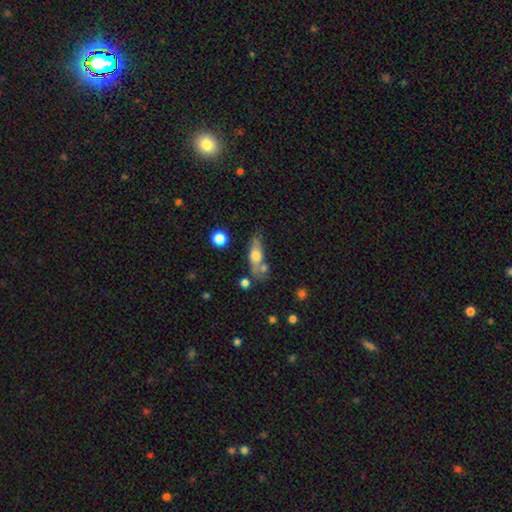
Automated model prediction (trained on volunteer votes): Overall: smooth (58%; featured or disk 34%). How rounded: in between (54%; cigar-shaped 39%). Merging: none (55%; minor disturbance 20%).